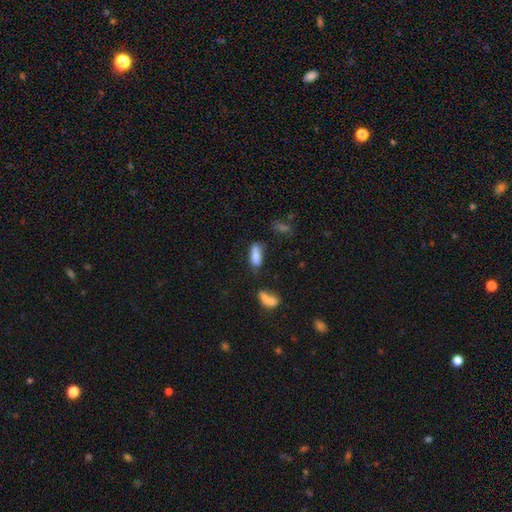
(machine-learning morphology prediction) smooth 77%, featured or disk 14%, star or artifact 9%. Down the decision tree: how rounded — in between (66%); merging — none (50%).